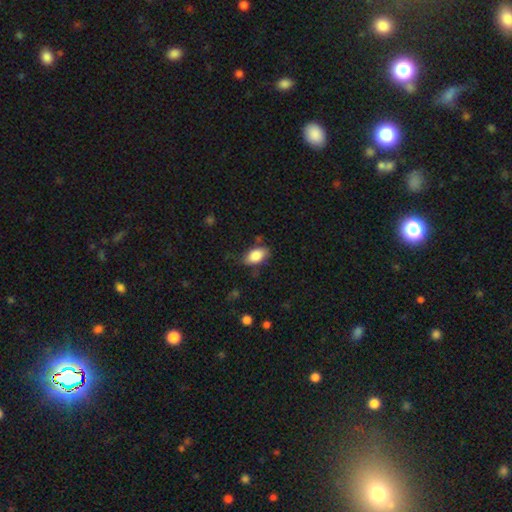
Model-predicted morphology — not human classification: A smooth galaxy with no disk features (84%) that is in between round and cigar-shaped (91%). Merging: none (72%).